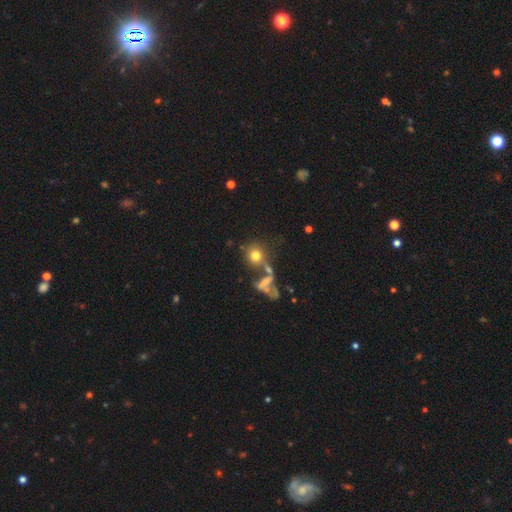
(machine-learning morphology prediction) A smooth galaxy with no disk features (67%) that is round (81%). Merging: none (45%).